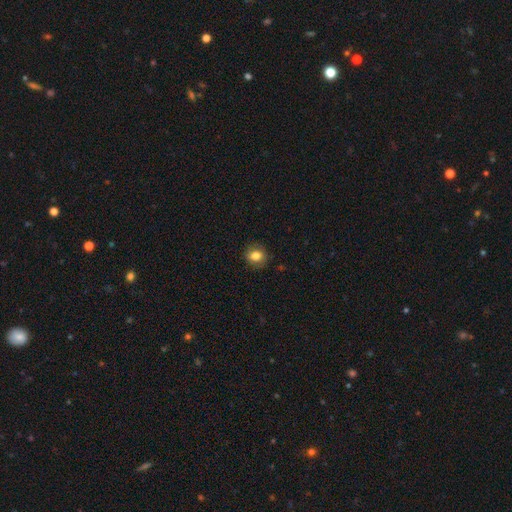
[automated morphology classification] smooth-or-featured: smooth: 82% | star or artifact: 10% | featured or disk: 8%
  how-rounded: round: 72% | in between: 27% | cigar-shaped: 1%
  merging: none: 85% | minor disturbance: 11% | major disturbance: 3% | merger: 1%